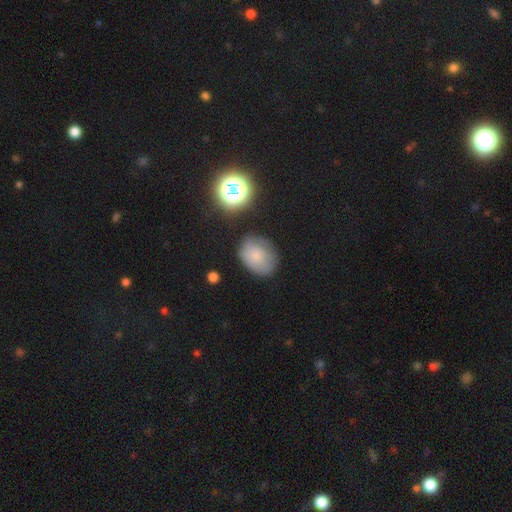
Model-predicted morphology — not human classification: A smooth galaxy with no disk features (72%) that is in between round and cigar-shaped (61%). Merging: none (67%).